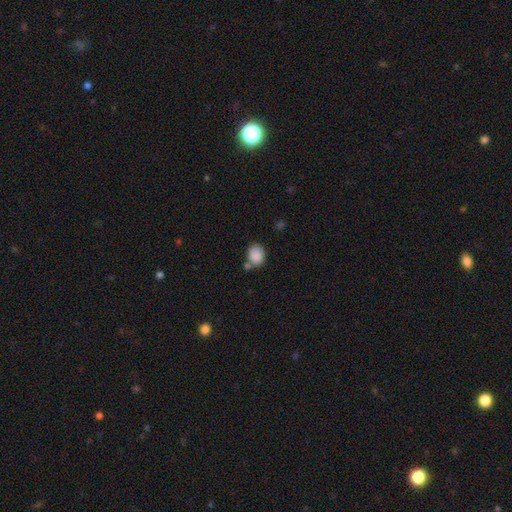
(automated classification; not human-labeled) Smooth or featured? smooth (87%)
How rounded? round (57%)
Merging? none (56%)